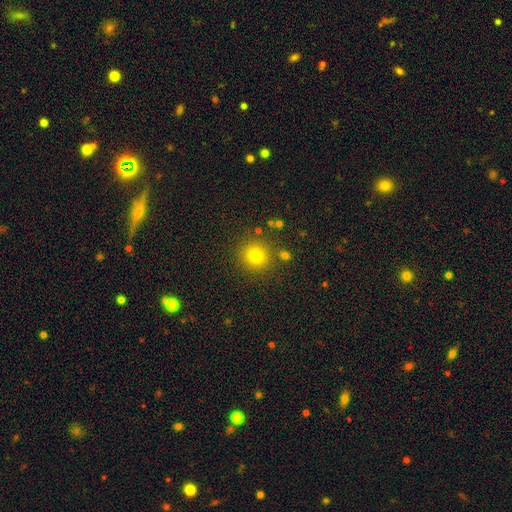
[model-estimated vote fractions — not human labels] smooth_or_featured: smooth (p=0.80) [alt: star or artifact p=0.14]
how_rounded: round (p=0.91) [alt: in between p=0.08]
merging: none (p=0.84) [alt: minor disturbance p=0.08]